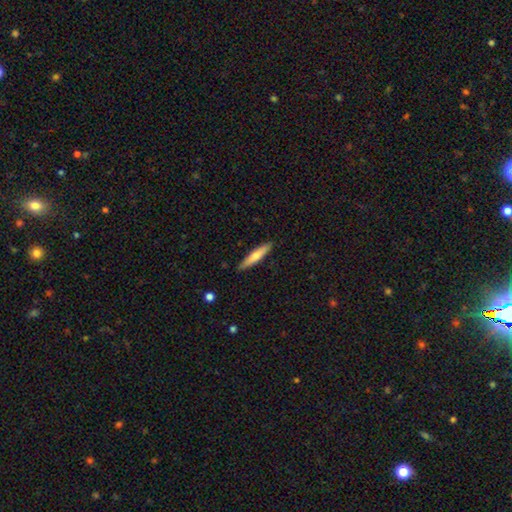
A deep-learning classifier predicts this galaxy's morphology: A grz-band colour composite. It shows a smooth galaxy with no disk features (63%) that is cigar-shaped (89%). Merging: none (89%).